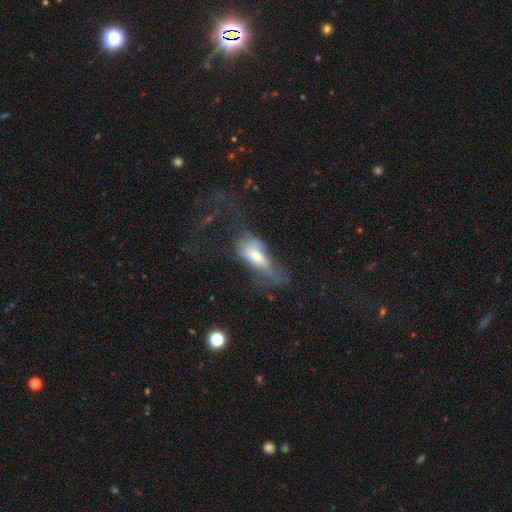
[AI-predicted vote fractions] This appears to be a smooth galaxy with no disk features (54%) that is in between round and cigar-shaped (73%). Merging: major disturbance (54%).